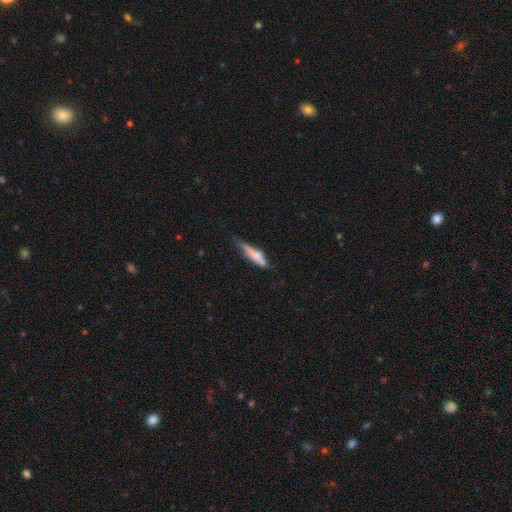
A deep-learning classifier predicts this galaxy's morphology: Smooth or featured? Predicted: smooth (p=0.58). How rounded? Predicted: cigar-shaped (p=0.80). Merging? Predicted: none (p=0.46).